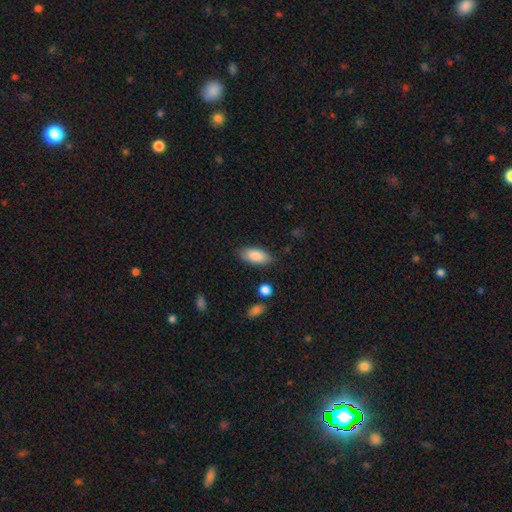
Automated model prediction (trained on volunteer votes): This appears to be a smooth galaxy with no disk features (87%) that is in between round and cigar-shaped (88%). Merging: none (83%).